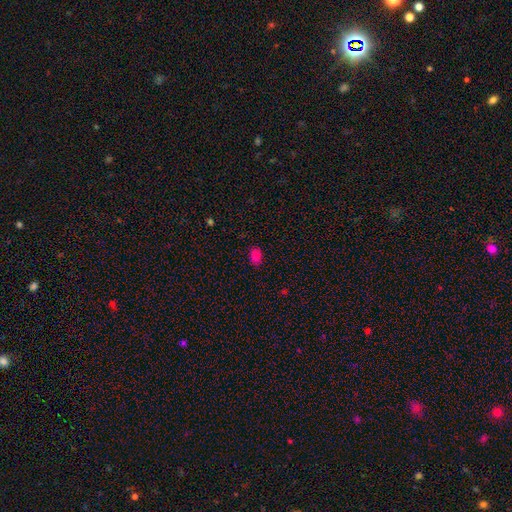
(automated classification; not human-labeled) Smooth or featured?
  - smooth: 82% *
  - star or artifact: 14%
  - featured or disk: 4%
How rounded?
  - in between: 84% *
  - round: 15%
  - cigar-shaped: 1%
Merging?
  - none: 84% *
  - minor disturbance: 12%
  - major disturbance: 3%
  - merger: 1%